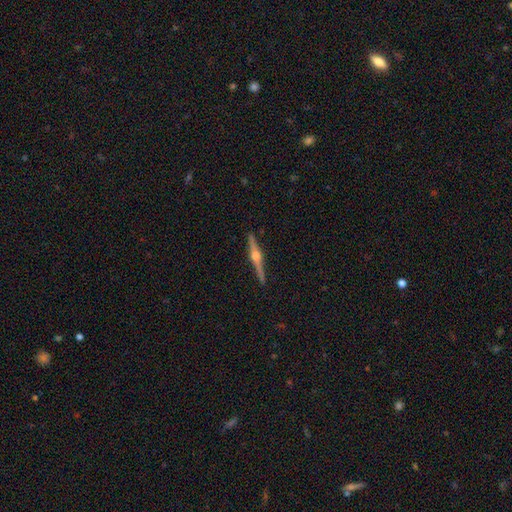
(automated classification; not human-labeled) Morphology: type=featured or disk (86%); edge-on=yes (99%); edge-on bulge=rounded (94%); merging=none (92%).